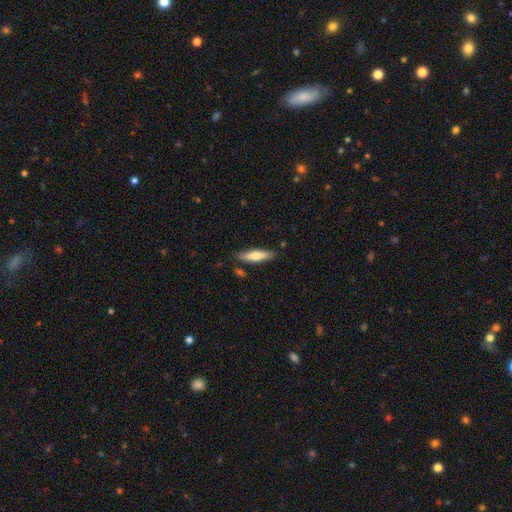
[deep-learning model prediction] Smooth or featured? Predicted: smooth (p=0.66). How rounded? Predicted: cigar-shaped (p=0.67). Merging? Predicted: none (p=0.83).